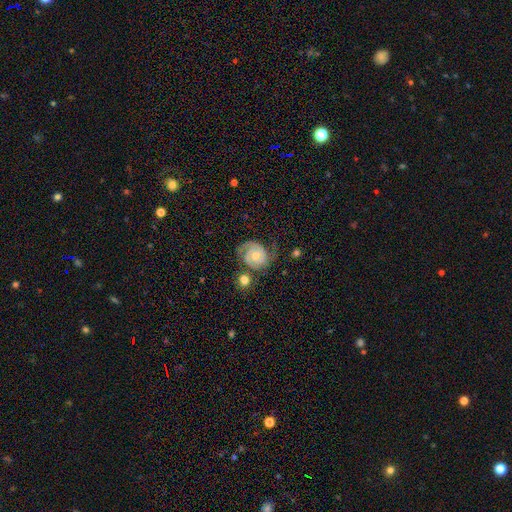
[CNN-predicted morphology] Smooth or featured? featured or disk (85%)
Edge-on disk? no (98%)
Bar? no (69%)
Spiral arms? yes (97%)
Spiral winding? tight (60%)
Spiral arm count? 2 (75%)
Bulge size? moderate (54%)
Merging? none (61%)